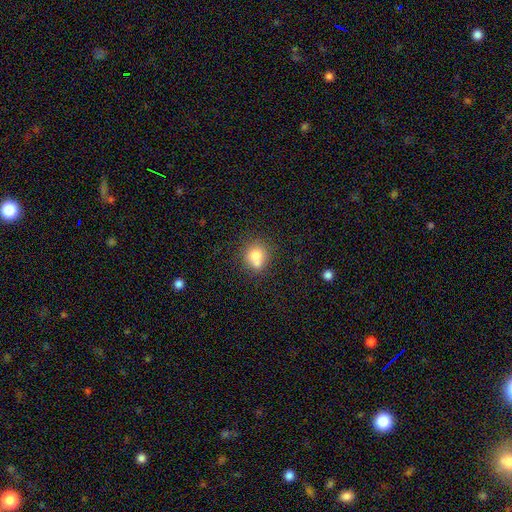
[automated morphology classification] smooth_or_featured: smooth (p=0.74) [alt: featured or disk p=0.15]
how_rounded: round (p=0.78) [alt: in between p=0.21]
merging: none (p=0.52) [alt: merger p=0.29]